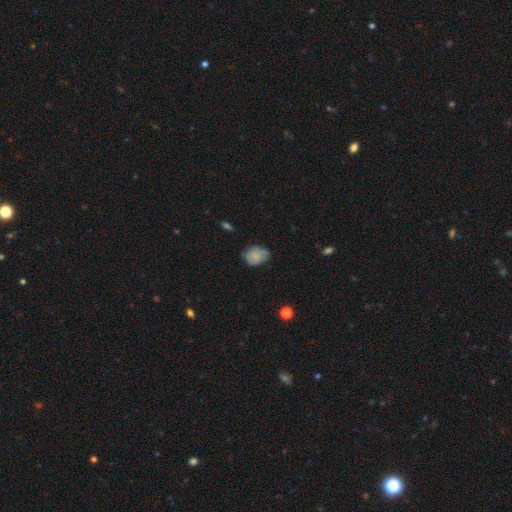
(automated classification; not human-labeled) A smooth galaxy with no disk features (79%) that is in between round and cigar-shaped (58%).

Vote fractions:
- Smooth or featured? smooth: 79% / featured or disk: 13% / star or artifact: 8%
- How rounded? in between: 58% / round: 41% / cigar-shaped: 1%
- Merging? none: 60% / minor disturbance: 33% / major disturbance: 6% / merger: 2%